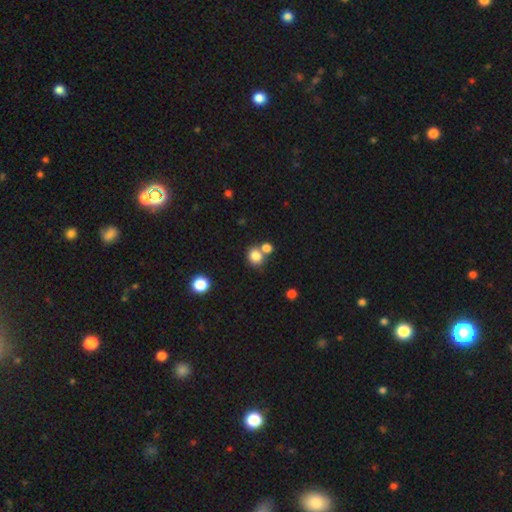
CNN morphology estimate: The model was most divided on "merging": none: 54%, merger: 35%, minor disturbance: 8%, major disturbance: 3%. More confident: smooth or featured — smooth (81%); how rounded — round (77%).